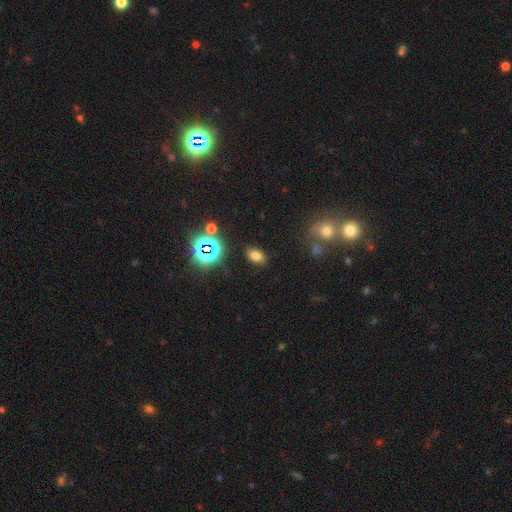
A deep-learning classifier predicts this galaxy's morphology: smooth 68%, star or artifact 24%, featured or disk 8%. Down the decision tree: how rounded — in between (83%); merging — none (84%).